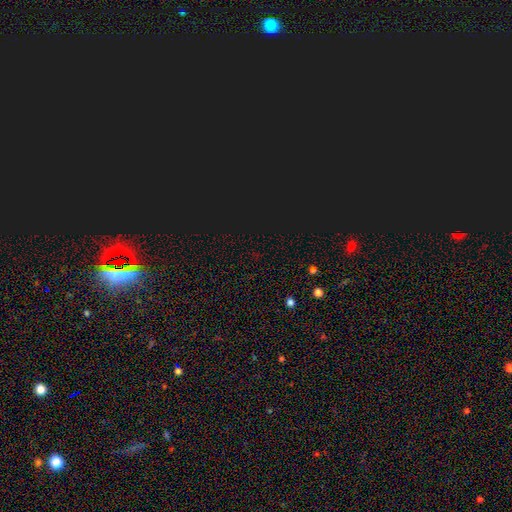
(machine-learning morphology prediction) star or artifact 73%, smooth 20%, featured or disk 7%.